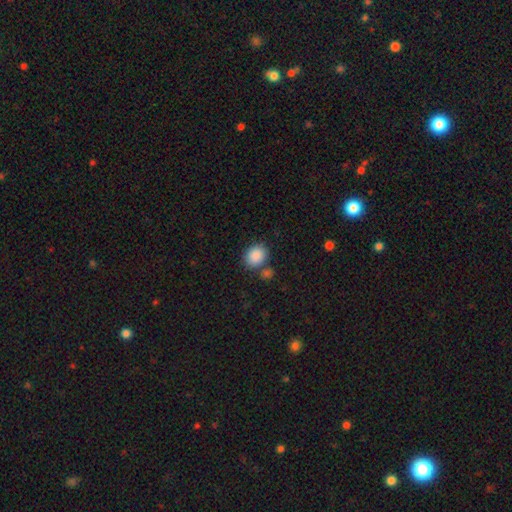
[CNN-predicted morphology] Smooth or featured? smooth (88%)
How rounded? round (54%)
Merging? none (72%)